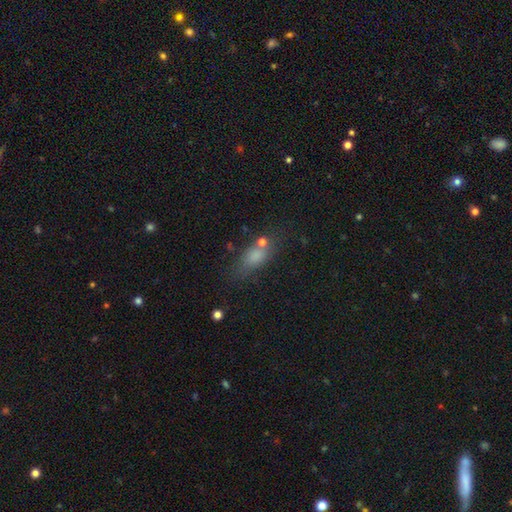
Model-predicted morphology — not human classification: smooth 71%, star or artifact 15%, featured or disk 14%. Down the decision tree: how rounded — in between (69%); merging — none (59%).